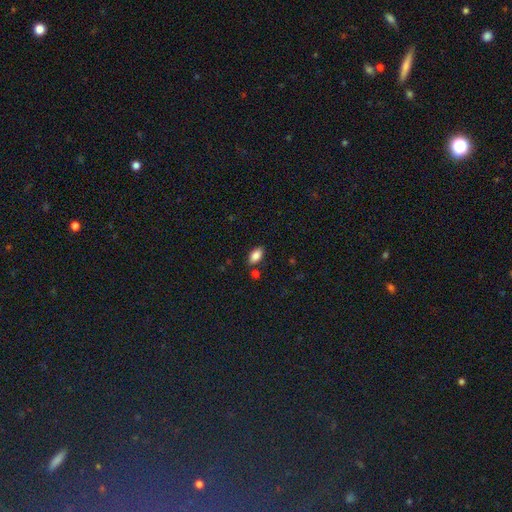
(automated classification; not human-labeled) Morphology: type=smooth (85%); roundness=in between (92%); merging=none (80%).